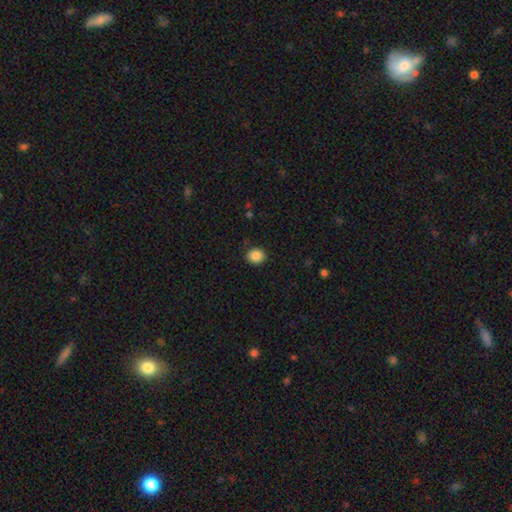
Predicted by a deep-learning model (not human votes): smooth 87%, star or artifact 9%, featured or disk 4%. Down the decision tree: how rounded — round (78%); merging — none (89%).